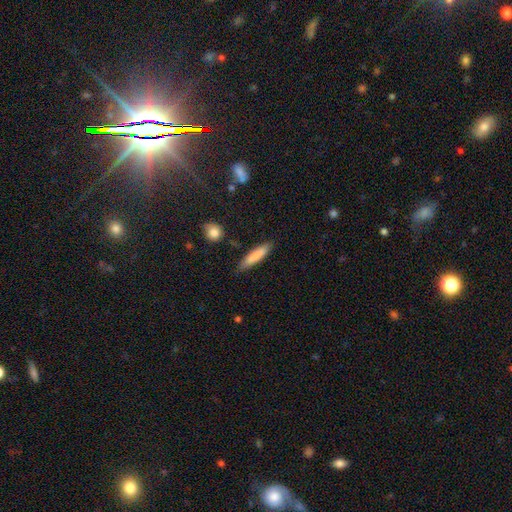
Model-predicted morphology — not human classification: type=smooth (81%); roundness=cigar-shaped (83%); merging=none (84%).